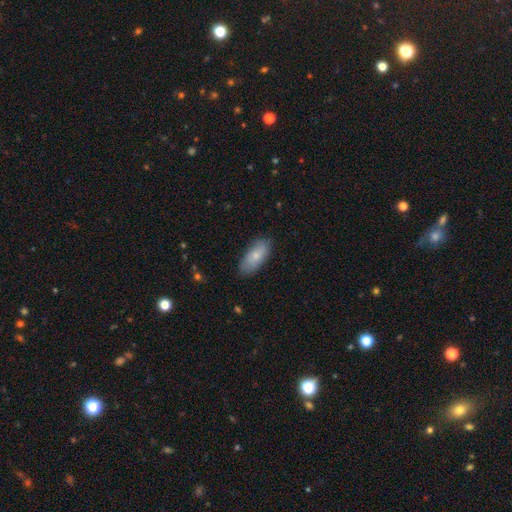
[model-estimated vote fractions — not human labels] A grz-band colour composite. It shows a smooth galaxy with no disk features (78%) that is in between round and cigar-shaped (86%). Merging: none (80%).